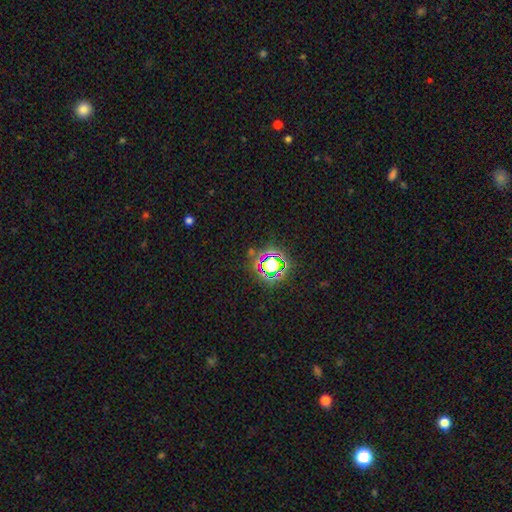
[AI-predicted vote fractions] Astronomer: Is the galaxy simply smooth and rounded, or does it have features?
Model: star or artifact — 76%.